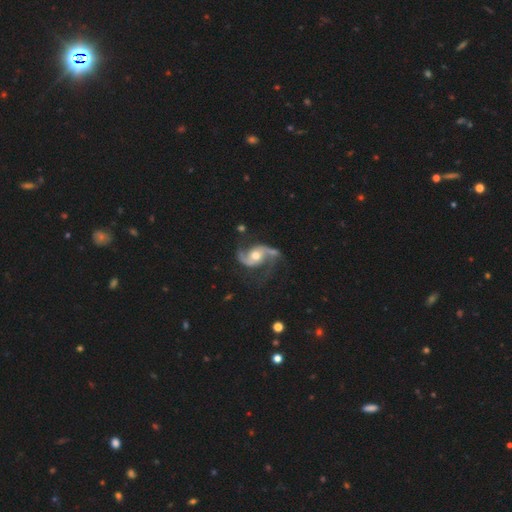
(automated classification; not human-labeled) Smooth or featured?
  - featured or disk: 91% *
  - star or artifact: 5%
  - smooth: 4%
Edge-on disk?
  - no: 98% *
  - yes: 2%
Bar?
  - no: 57% *
  - weak: 32%
  - strong: 11%
Spiral arms?
  - yes: 98% *
  - no: 2%
Spiral winding?
  - medium: 48% *
  - loose: 42%
  - tight: 10%
Spiral arm count?
  - 2: 93% *
  - can't tell: 2%
  - 3: 2%
  - 1: 2%
  - 4: 1%
  - more than 4: 1%
Bulge size?
  - moderate: 69% *
  - small: 16%
  - large: 12%
  - none: 2%
  - dominant: 1%
Merging?
  - none: 65% *
  - minor disturbance: 19%
  - major disturbance: 12%
  - merger: 4%